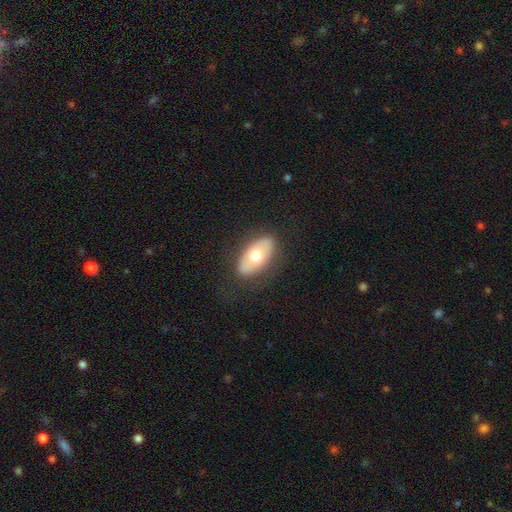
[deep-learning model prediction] Smooth or featured?
  - smooth: 60% *
  - featured or disk: 34%
  - star or artifact: 6%
How rounded?
  - in between: 92% *
  - round: 5%
  - cigar-shaped: 3%
Merging?
  - none: 81% *
  - minor disturbance: 13%
  - major disturbance: 5%
  - merger: 1%